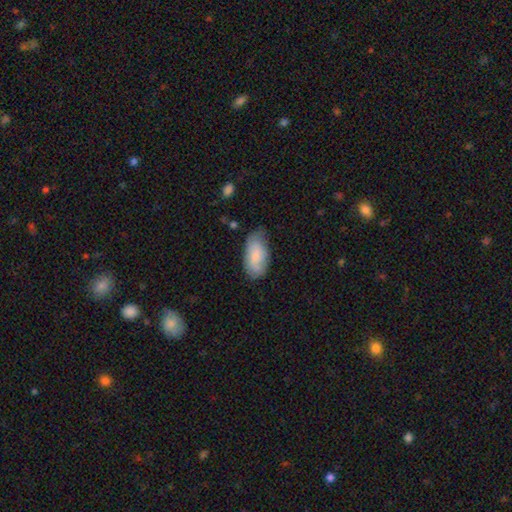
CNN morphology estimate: Smooth or featured? Predicted: smooth (p=0.78). How rounded? Predicted: in between (p=0.94). Merging? Predicted: none (p=0.62).